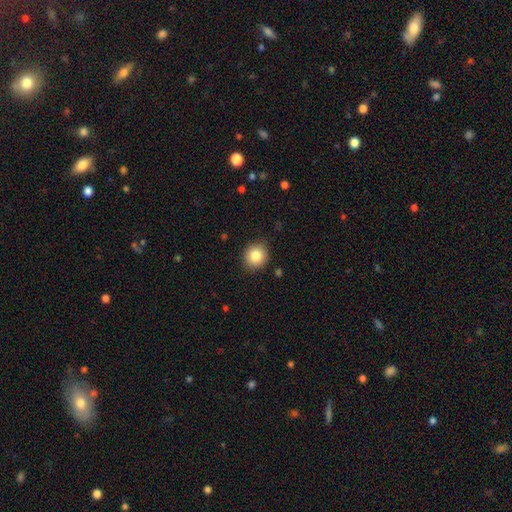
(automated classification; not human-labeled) smooth 84%, star or artifact 10%, featured or disk 7%. Down the decision tree: how rounded — round (85%); merging — none (87%).